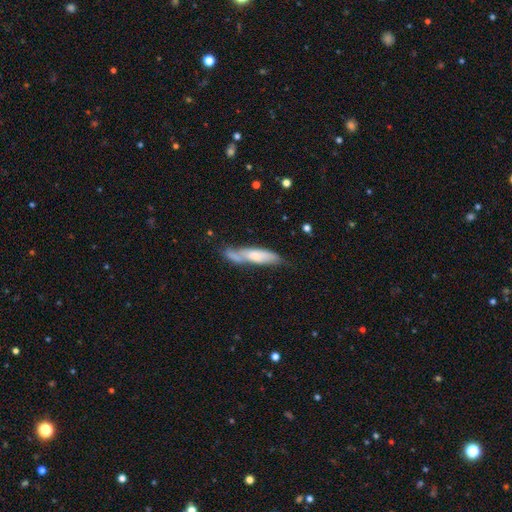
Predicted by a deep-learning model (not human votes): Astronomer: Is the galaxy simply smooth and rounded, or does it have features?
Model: smooth — 55% (runner-up: featured or disk, 38%).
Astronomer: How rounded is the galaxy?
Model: cigar-shaped — 72%.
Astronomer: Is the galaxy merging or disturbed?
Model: none — 43% (runner-up: minor disturbance, 28%).